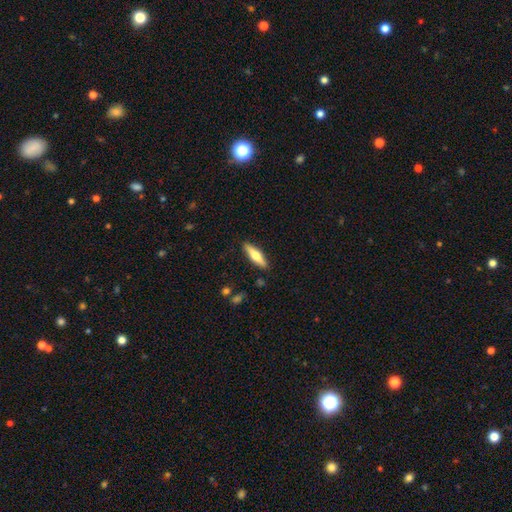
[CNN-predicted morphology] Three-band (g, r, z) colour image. It shows a smooth galaxy with no disk features (58%) that is cigar-shaped (67%). Merging: none (88%).